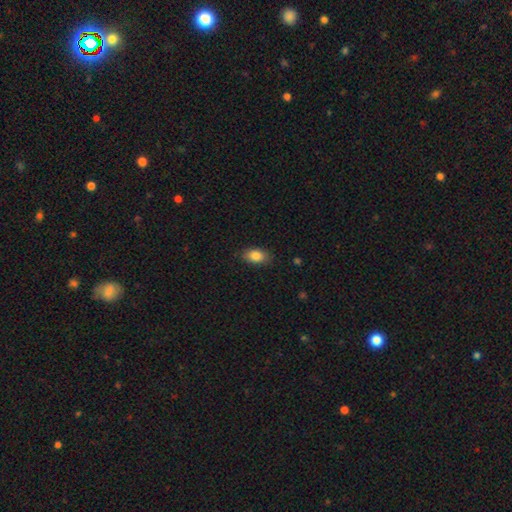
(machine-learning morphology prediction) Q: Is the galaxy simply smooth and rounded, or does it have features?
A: smooth — 85%.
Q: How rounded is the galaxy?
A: in between — 89%.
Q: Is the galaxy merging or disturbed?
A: none — 85%.